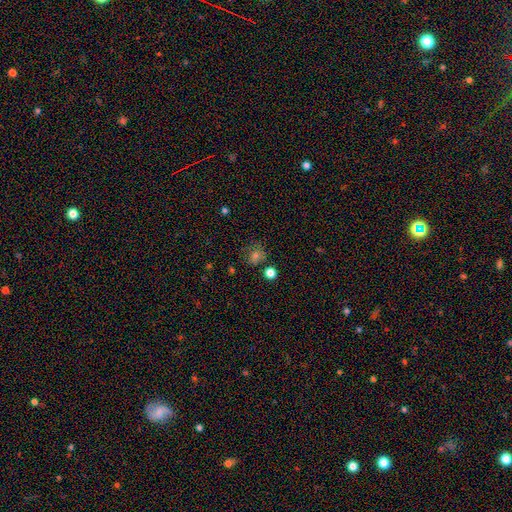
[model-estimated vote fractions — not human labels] A smooth galaxy with no disk features (67%) that is round (80%).

Vote fractions:
- Smooth or featured? smooth: 67% / star or artifact: 21% / featured or disk: 12%
- How rounded? round: 80% / in between: 19% / cigar-shaped: 1%
- Merging? none: 72% / minor disturbance: 16% / major disturbance: 6% / merger: 6%